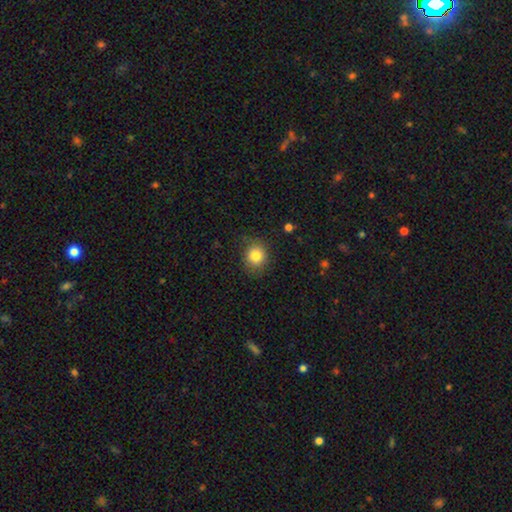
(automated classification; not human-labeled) Q: Smooth or featured?
A: smooth (83%); runner-up: star or artifact (10%)
Q: How rounded?
A: round (78%); runner-up: in between (21%)
Q: Merging?
A: none (80%); runner-up: minor disturbance (15%)